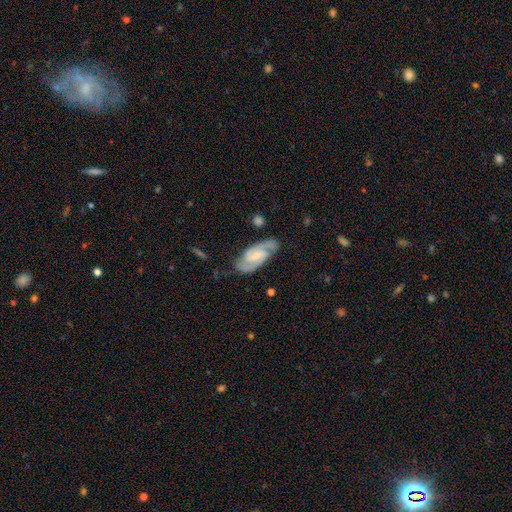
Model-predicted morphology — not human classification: Smooth or featured? Predicted: featured or disk (p=0.88). Edge-on disk? Predicted: no (p=0.96). Bar? Predicted: weak (p=0.46). Spiral arms? Predicted: yes (p=0.98). Spiral winding? Predicted: medium (p=0.48). Spiral arm count? Predicted: 2 (p=0.91). Bulge size? Predicted: small (p=0.53). Merging? Predicted: none (p=0.80).